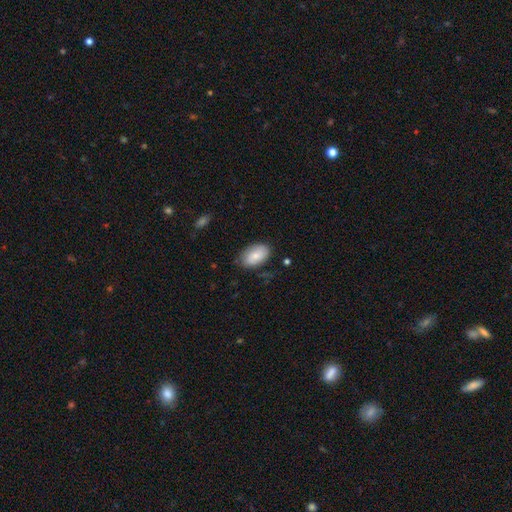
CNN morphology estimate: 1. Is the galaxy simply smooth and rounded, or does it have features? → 77% smooth, 16% featured or disk, 7% star or artifact.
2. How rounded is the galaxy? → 93% in between, 6% round, 1% cigar-shaped.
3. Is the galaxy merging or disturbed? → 75% none, 20% minor disturbance, 4% major disturbance, 2% merger.